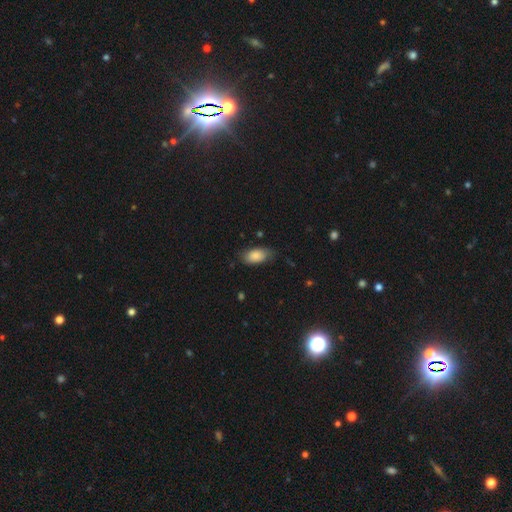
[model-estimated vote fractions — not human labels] Smooth or featured?
  - smooth: 83% *
  - featured or disk: 10%
  - star or artifact: 7%
How rounded?
  - in between: 92% *
  - cigar-shaped: 4%
  - round: 4%
Merging?
  - none: 69% *
  - minor disturbance: 24%
  - major disturbance: 5%
  - merger: 1%